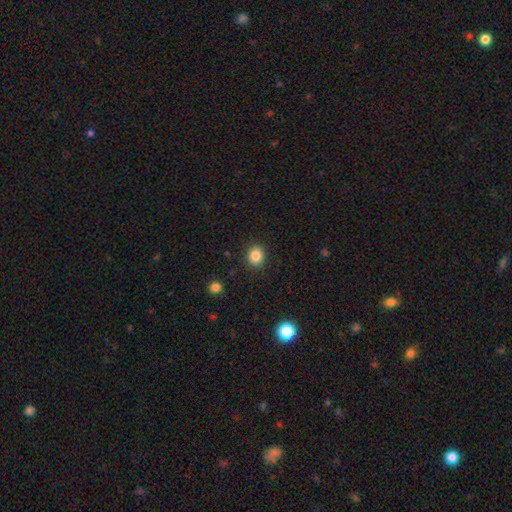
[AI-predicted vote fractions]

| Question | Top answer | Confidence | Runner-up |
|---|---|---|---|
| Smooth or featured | smooth | 85% | star or artifact (11%) |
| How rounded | round | 75% | in between (24%) |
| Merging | none | 89% | minor disturbance (7%) |